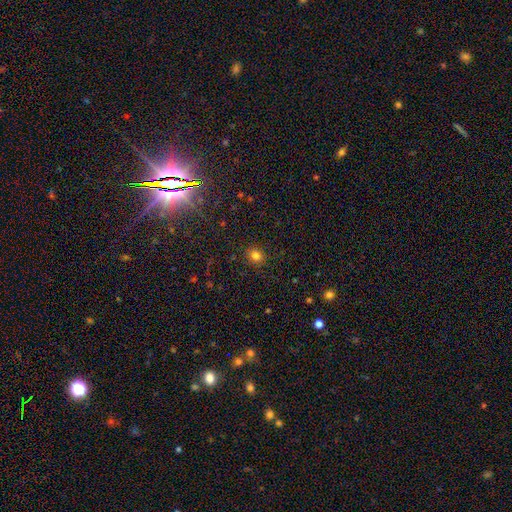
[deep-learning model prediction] smooth_or_featured: smooth (p=0.79) [alt: star or artifact p=0.15]
how_rounded: round (p=0.80) [alt: in between p=0.19]
merging: none (p=0.89) [alt: minor disturbance p=0.08]